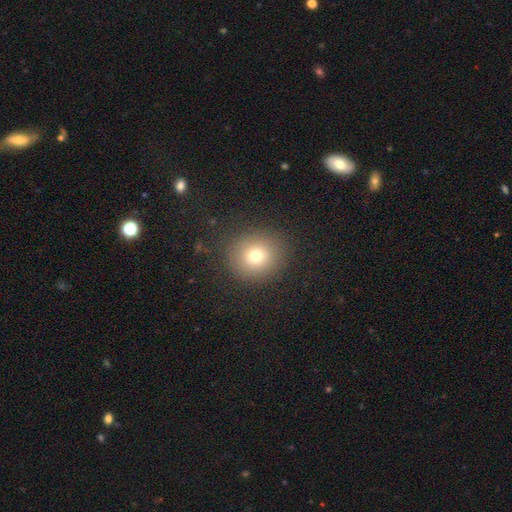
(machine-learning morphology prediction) This is likely a smooth galaxy (73%). How rounded: clearly round (90%). Merging: clearly none (87%).